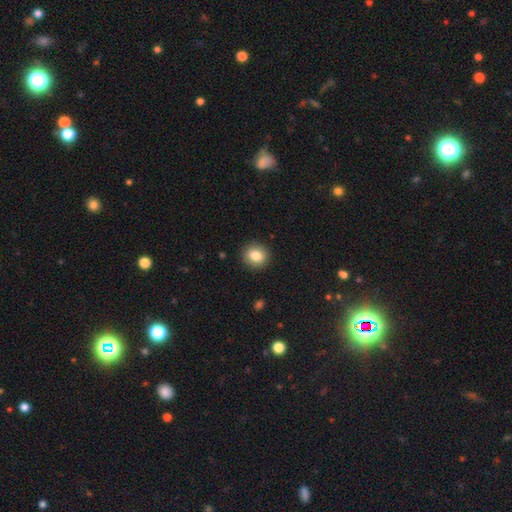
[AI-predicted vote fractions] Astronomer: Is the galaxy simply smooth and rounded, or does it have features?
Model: smooth — 83%.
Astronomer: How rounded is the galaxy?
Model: round — 79%.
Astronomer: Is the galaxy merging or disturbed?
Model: none — 91%.